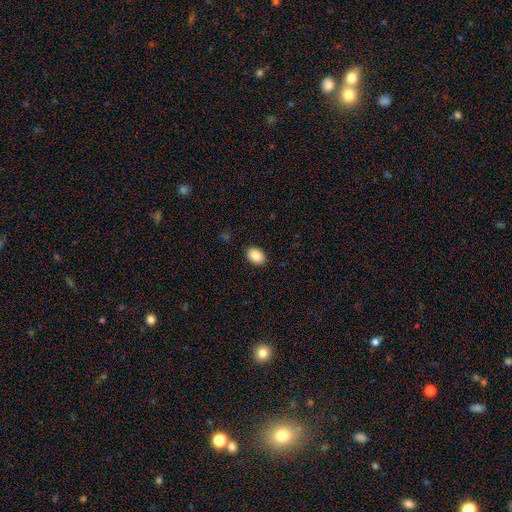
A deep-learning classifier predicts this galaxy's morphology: smooth-or-featured: smooth: 89% | star or artifact: 7% | featured or disk: 4%
  how-rounded: in between: 78% | round: 21% | cigar-shaped: 1%
  merging: none: 90% | minor disturbance: 7% | major disturbance: 2% | merger: 1%